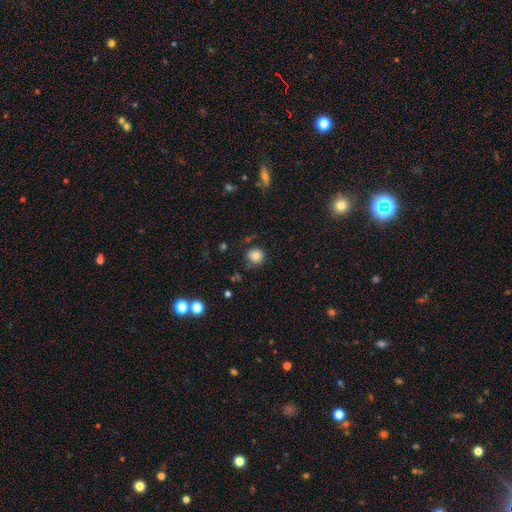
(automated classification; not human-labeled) Smooth or featured? Predicted: smooth (p=0.80). How rounded? Predicted: round (p=0.92). Merging? Predicted: none (p=0.82).